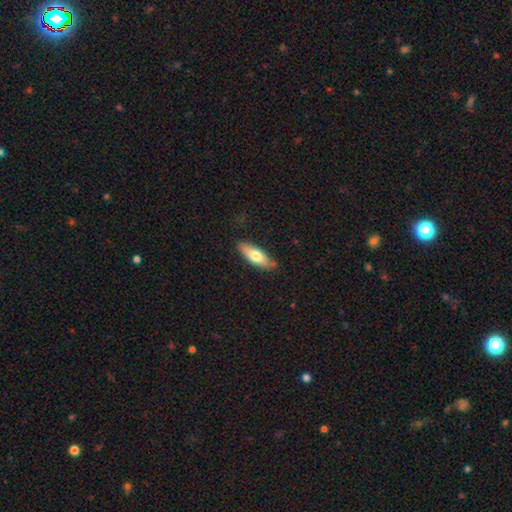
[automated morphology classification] This appears to be a smooth galaxy with no disk features (65%) that is in between round and cigar-shaped (60%). Merging: none (80%).